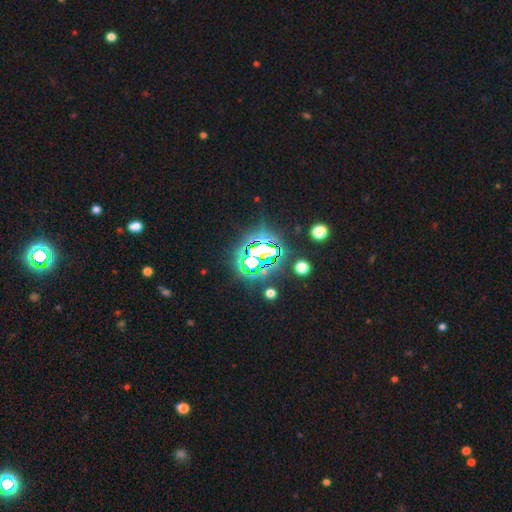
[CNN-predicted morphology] Overall: star or artifact (75%).